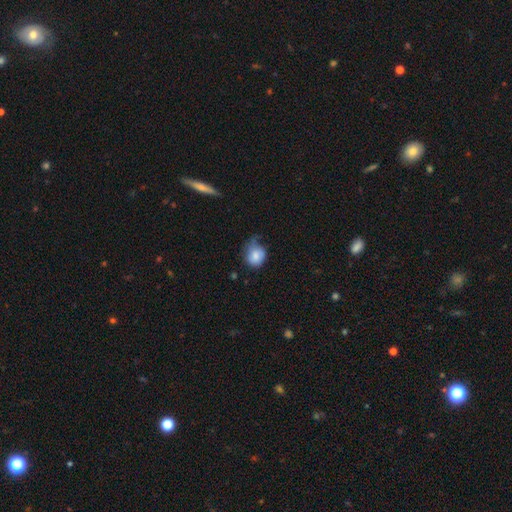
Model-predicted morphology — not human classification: This appears to be a smooth galaxy with no disk features (77%) that is round (64%). Merging: minor disturbance (39%).